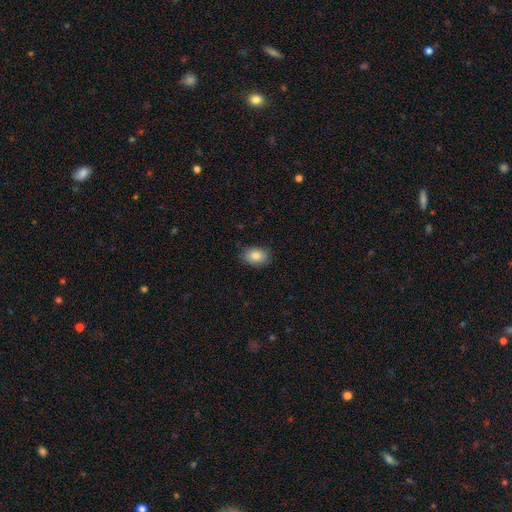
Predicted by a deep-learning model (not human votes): Q: Smooth or featured?
A: smooth (85%); runner-up: star or artifact (8%)
Q: How rounded?
A: in between (76%); runner-up: round (23%)
Q: Merging?
A: none (82%); runner-up: minor disturbance (14%)